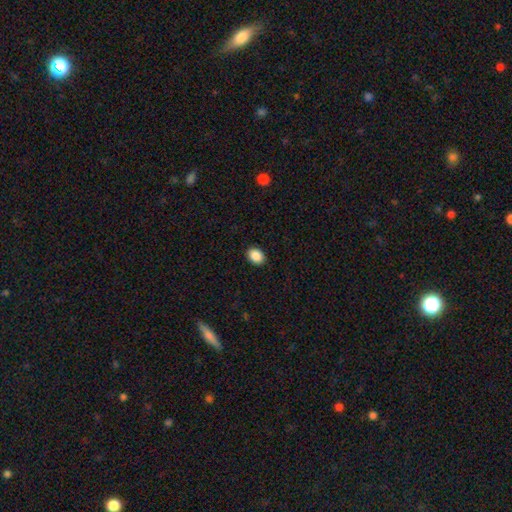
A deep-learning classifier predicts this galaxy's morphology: smooth_or_featured: smooth (p=0.89) [alt: star or artifact p=0.08]
how_rounded: in between (p=0.64) [alt: round p=0.35]
merging: none (p=0.91) [alt: minor disturbance p=0.07]